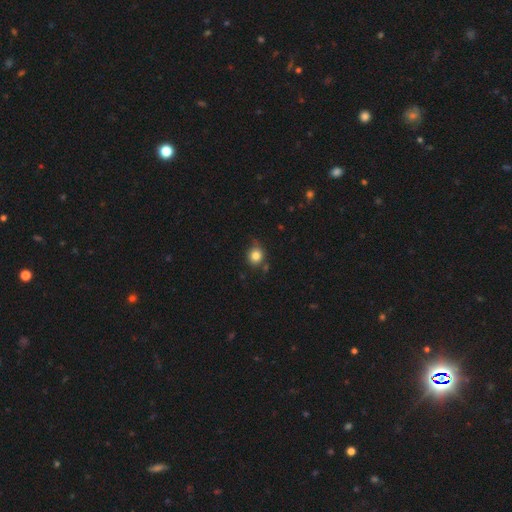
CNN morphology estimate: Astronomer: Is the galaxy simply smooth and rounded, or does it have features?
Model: smooth — 82%.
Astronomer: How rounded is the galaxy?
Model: round — 83%.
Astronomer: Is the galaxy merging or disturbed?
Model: none — 69%.